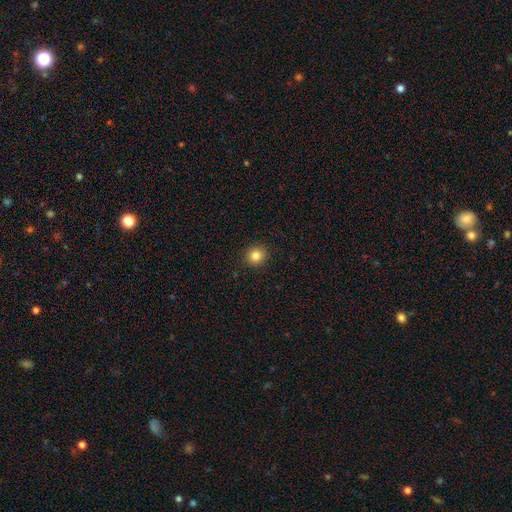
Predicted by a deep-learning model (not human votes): A smooth galaxy with no disk features (84%) that is round (90%). Merging: none (92%).